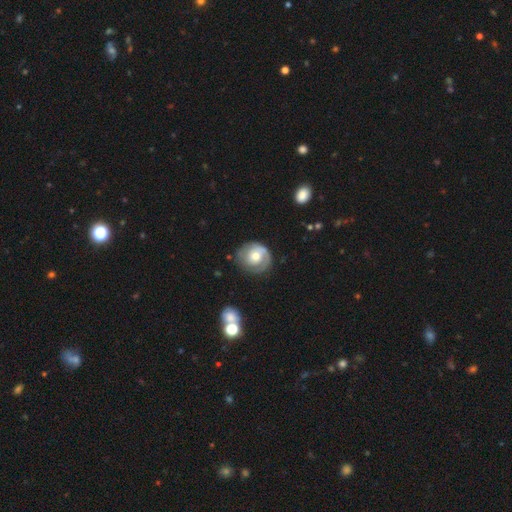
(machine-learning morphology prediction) Smooth or featured? featured or disk (65%)
Edge-on disk? no (97%)
Bar? no (73%)
Spiral arms? yes (86%)
Spiral winding? tight (61%)
Spiral arm count? 1 (39%)
Bulge size? moderate (65%)
Merging? none (71%)